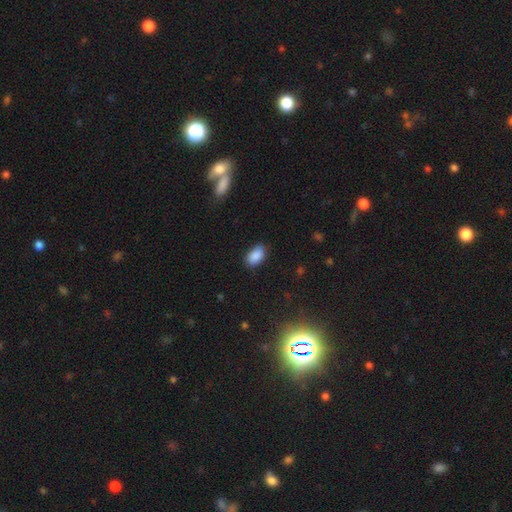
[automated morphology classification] Overall: smooth (88%). How rounded: in between (92%). Merging: none (80%).